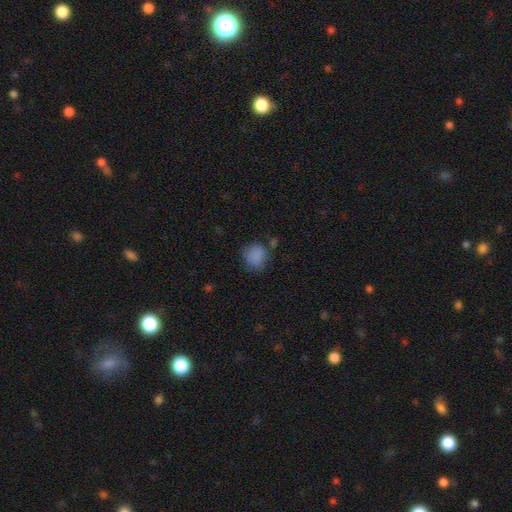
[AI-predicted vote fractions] This appears to be a smooth galaxy with no disk features (83%) that is round (68%). Merging: none (63%).